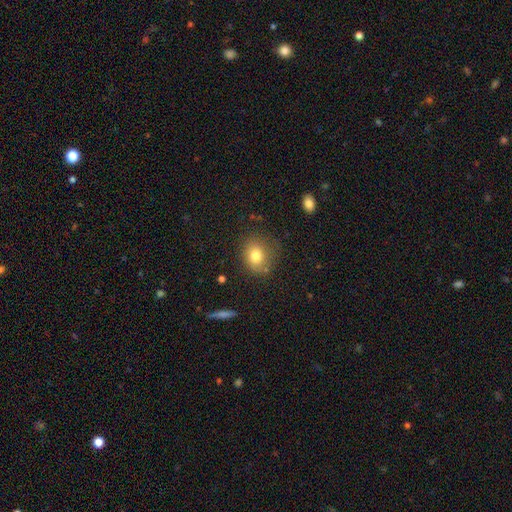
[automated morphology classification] Q: Smooth or featured?
A: smooth (78%); runner-up: featured or disk (11%)
Q: How rounded?
A: round (57%); runner-up: in between (41%)
Q: Merging?
A: none (71%); runner-up: minor disturbance (20%)